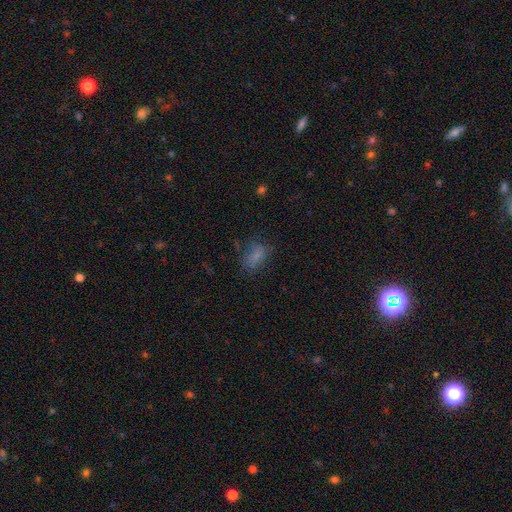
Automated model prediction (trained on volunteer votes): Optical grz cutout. It shows a smooth galaxy with no disk features (73%) that is in between round and cigar-shaped (85%). Merging: none (58%).